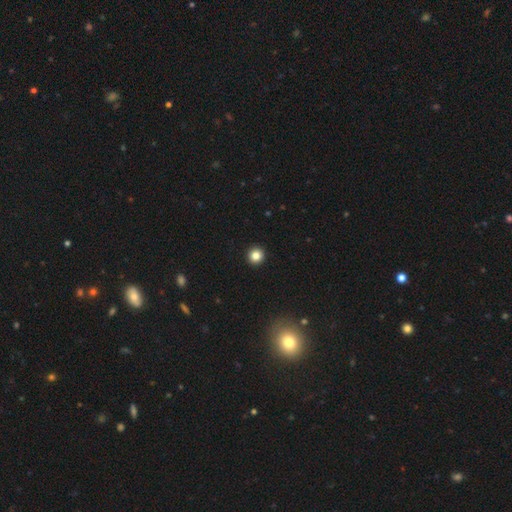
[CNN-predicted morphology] Smooth or featured? smooth (84%)
How rounded? round (95%)
Merging? none (94%)